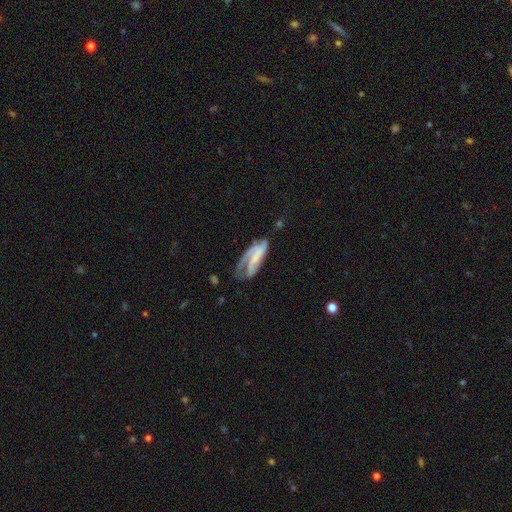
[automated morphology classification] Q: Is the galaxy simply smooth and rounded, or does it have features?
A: featured or disk — 64%.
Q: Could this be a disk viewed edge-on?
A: no — 89%.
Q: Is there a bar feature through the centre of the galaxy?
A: no — 45%.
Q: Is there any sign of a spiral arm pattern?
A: yes — 82%.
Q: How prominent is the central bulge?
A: none — 47%.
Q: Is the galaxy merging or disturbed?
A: none — 35%.